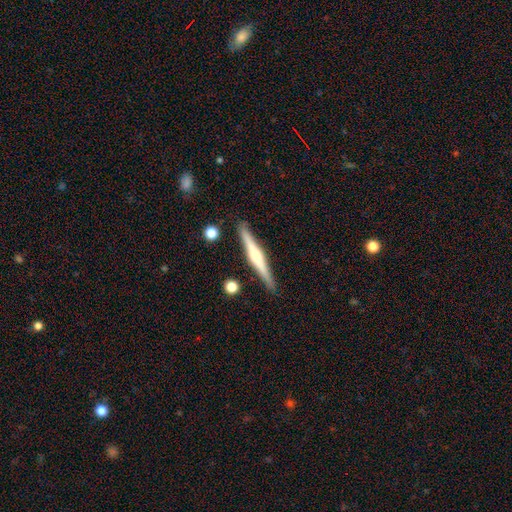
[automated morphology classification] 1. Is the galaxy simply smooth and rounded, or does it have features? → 67% featured or disk, 27% smooth, 6% star or artifact.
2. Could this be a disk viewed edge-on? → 98% yes, 2% no.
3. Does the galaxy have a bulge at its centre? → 81% rounded, 10% none, 9% boxy.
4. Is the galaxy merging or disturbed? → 88% none, 8% minor disturbance, 2% merger, 2% major disturbance.